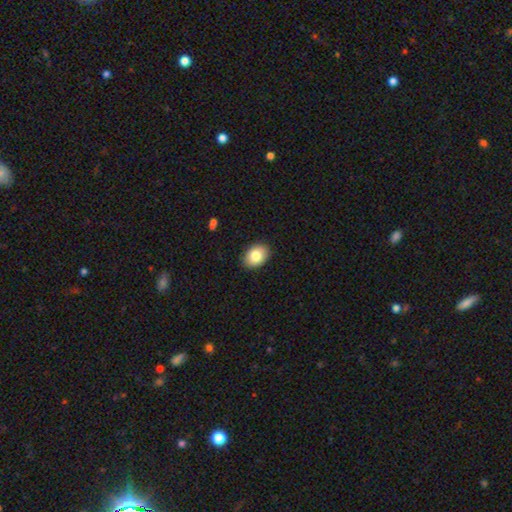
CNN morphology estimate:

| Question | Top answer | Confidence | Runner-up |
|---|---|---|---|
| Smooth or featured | smooth | 83% | featured or disk (9%) |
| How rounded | in between | 77% | round (22%) |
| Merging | none | 89% | minor disturbance (8%) |